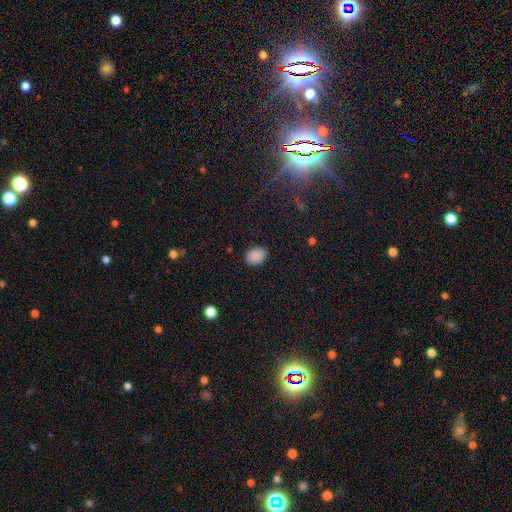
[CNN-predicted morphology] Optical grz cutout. It shows a smooth galaxy with no disk features (88%) that is in between round and cigar-shaped (65%). Merging: none (86%).